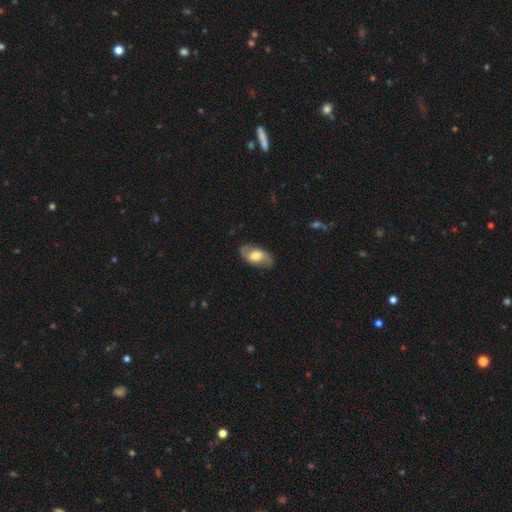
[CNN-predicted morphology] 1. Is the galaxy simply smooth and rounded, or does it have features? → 61% featured or disk, 33% smooth, 6% star or artifact.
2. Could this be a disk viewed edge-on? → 93% no, 7% yes.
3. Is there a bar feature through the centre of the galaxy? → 47% no, 40% weak, 14% strong.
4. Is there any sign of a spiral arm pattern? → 82% yes, 18% no.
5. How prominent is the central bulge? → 53% moderate, 34% large, 9% small, 2% dominant, 2% none.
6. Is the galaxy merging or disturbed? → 79% none, 15% minor disturbance, 5% major disturbance, 1% merger.